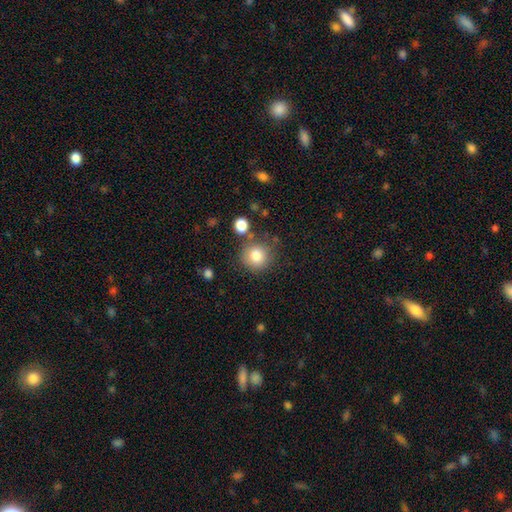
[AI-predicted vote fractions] smooth 82%, star or artifact 10%, featured or disk 8%. Down the decision tree: how rounded — round (91%); merging — none (76%).